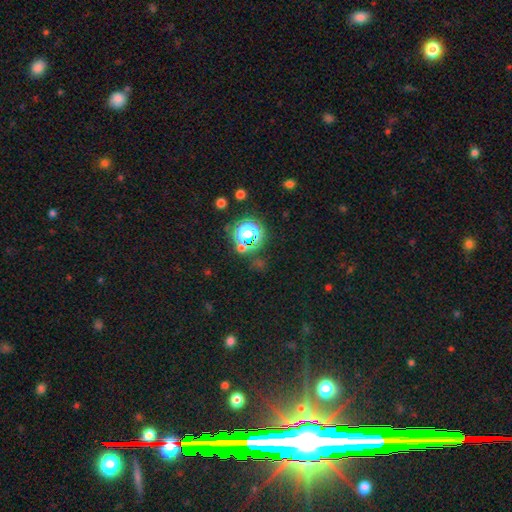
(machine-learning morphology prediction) Q: Smooth or featured?
A: star or artifact (72%); runner-up: smooth (16%)